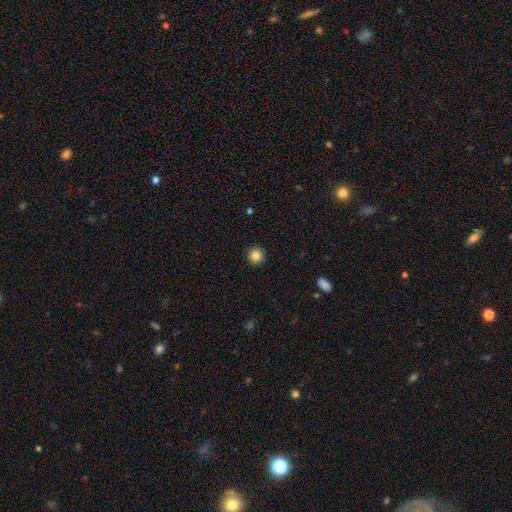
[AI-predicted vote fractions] Smooth or featured: smooth — 84% (star or artifact — 10%)
How rounded: round — 95% (in between — 4%)
Merging: none — 93% (minor disturbance — 4%)